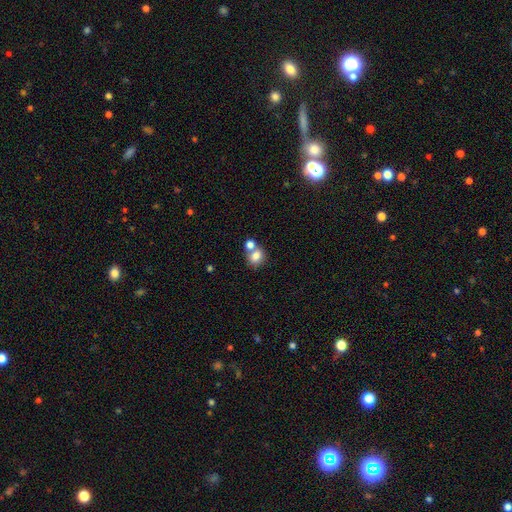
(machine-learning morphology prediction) smooth-or-featured: smooth: 79% | featured or disk: 11% | star or artifact: 10%
  how-rounded: round: 61% | in between: 38% | cigar-shaped: 1%
  merging: none: 45% | merger: 42% | minor disturbance: 9% | major disturbance: 4%